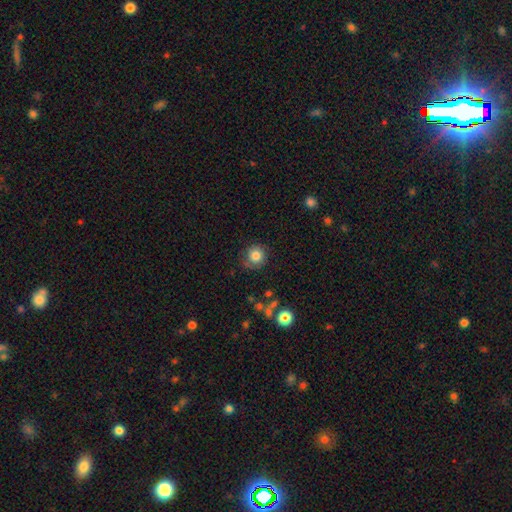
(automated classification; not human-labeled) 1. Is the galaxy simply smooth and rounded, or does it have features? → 82% smooth, 11% star or artifact, 8% featured or disk.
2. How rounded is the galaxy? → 91% round, 8% in between, 1% cigar-shaped.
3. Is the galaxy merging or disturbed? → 78% none, 16% minor disturbance, 5% major disturbance, 2% merger.